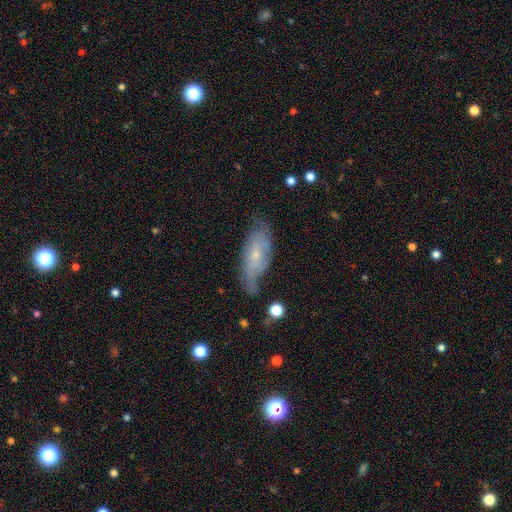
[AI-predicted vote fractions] Morphology: type=featured or disk (58%); edge-on=no (85%); merging=none (54%).